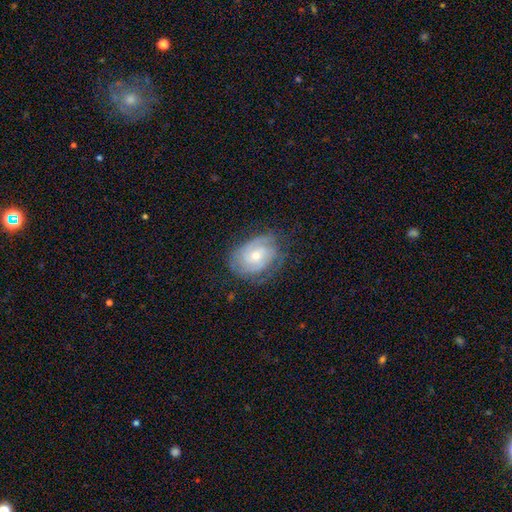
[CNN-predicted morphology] This appears to be a featured or disk galaxy (80%) with no bar (62%), 2 (34%) tight (64%) spiral arms (95%) and a small central bulge (48%, tied with moderate). Merging: none (72%).